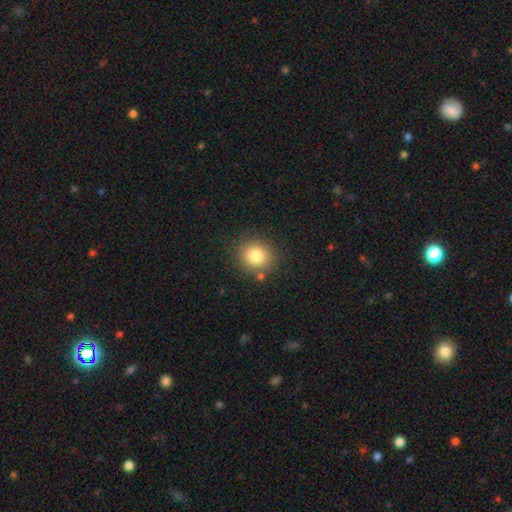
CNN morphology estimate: smooth 81%, star or artifact 11%, featured or disk 8%. Down the decision tree: how rounded — round (85%); merging — none (83%).